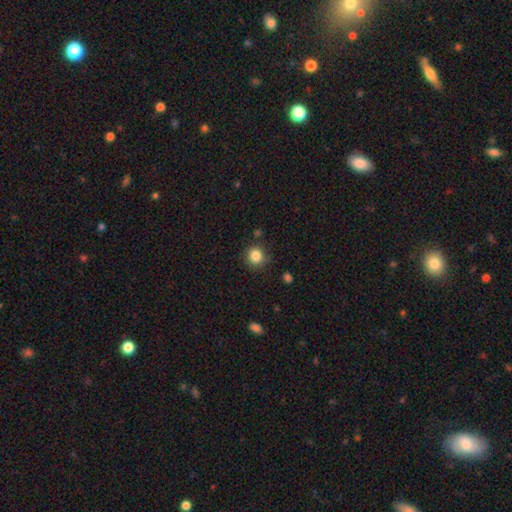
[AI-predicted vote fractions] This appears to be a smooth galaxy with no disk features (84%) that is round (89%). Merging: none (84%).